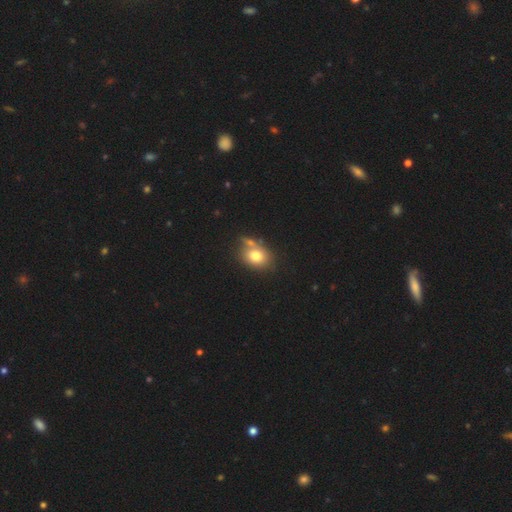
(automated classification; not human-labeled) Smooth or featured? Predicted: smooth (p=0.78). How rounded? Predicted: in between (p=0.56). Merging? Predicted: none (p=0.57).